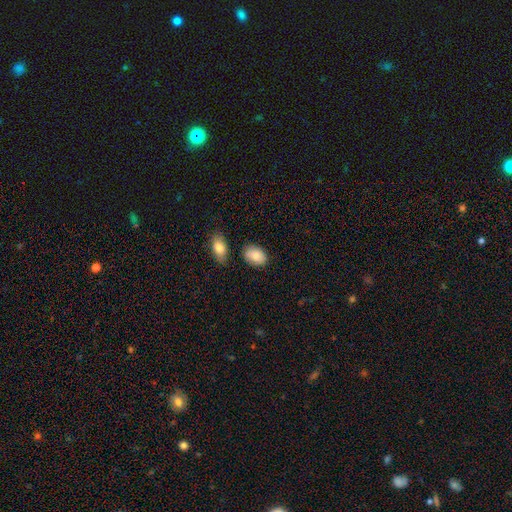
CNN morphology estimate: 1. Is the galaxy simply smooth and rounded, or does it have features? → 84% smooth, 9% featured or disk, 7% star or artifact.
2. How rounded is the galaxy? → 80% in between, 18% round, 1% cigar-shaped.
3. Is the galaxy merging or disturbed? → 74% none, 16% minor disturbance, 7% merger, 3% major disturbance.